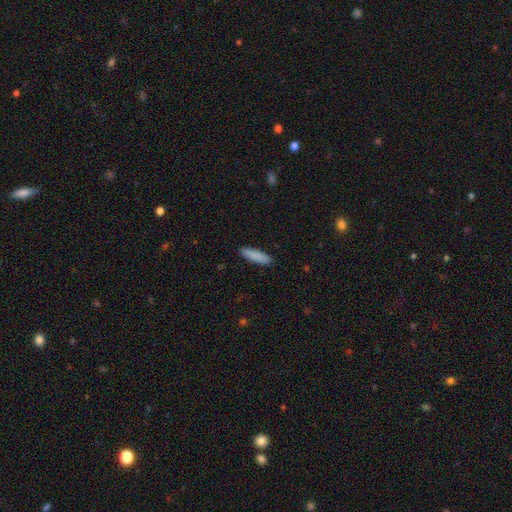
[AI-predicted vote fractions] This is clearly a smooth galaxy (88%). How rounded: likely cigar-shaped (71%). Merging: clearly none (90%).